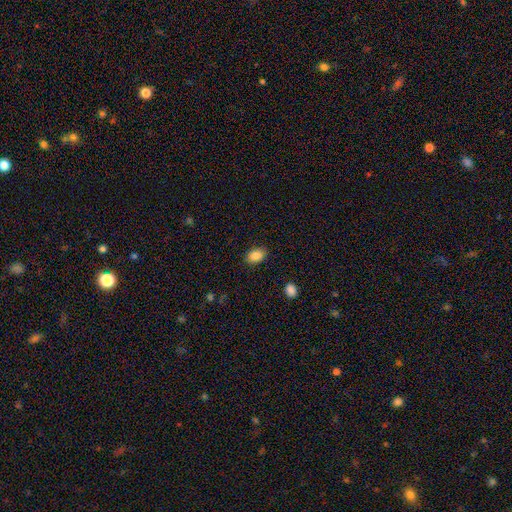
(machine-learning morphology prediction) Smooth or featured? Predicted: smooth (p=0.87). How rounded? Predicted: in between (p=0.83). Merging? Predicted: none (p=0.86).